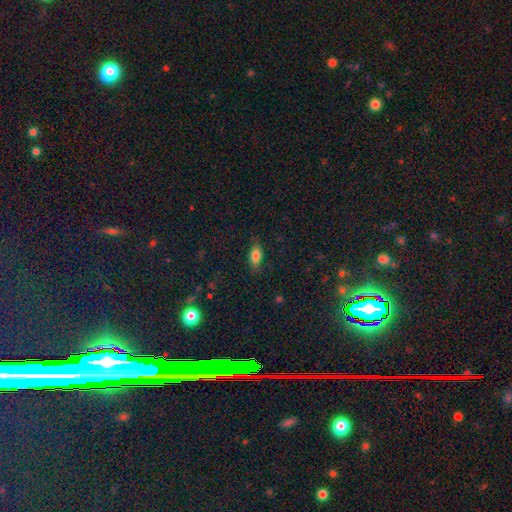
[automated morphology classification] type=smooth (77%); roundness=in between (81%); merging=none (79%).